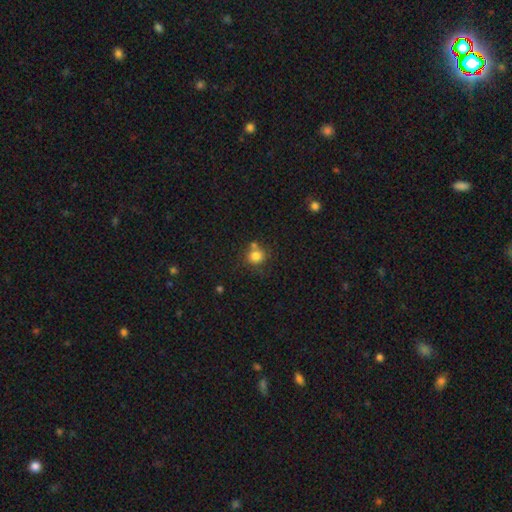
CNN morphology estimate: Q: Smooth or featured?
A: smooth (80%); runner-up: star or artifact (12%)
Q: How rounded?
A: round (83%); runner-up: in between (16%)
Q: Merging?
A: none (59%); runner-up: merger (24%)